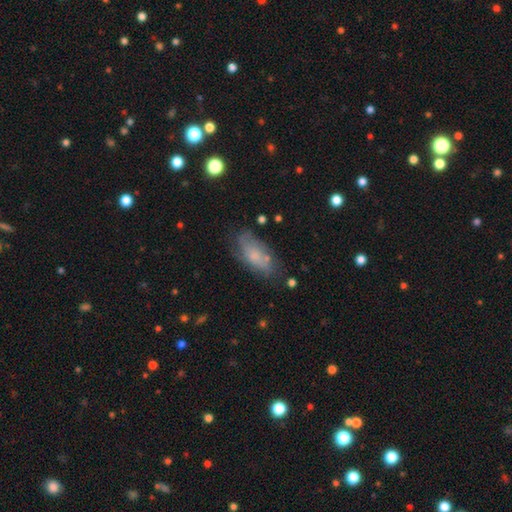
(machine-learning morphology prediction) A smooth galaxy with no disk features (58%) that is in between round and cigar-shaped (83%).

Vote fractions:
- Smooth or featured? smooth: 58% / featured or disk: 33% / star or artifact: 9%
- How rounded? in between: 83% / cigar-shaped: 14% / round: 3%
- Merging? none: 63% / minor disturbance: 24% / major disturbance: 9% / merger: 4%